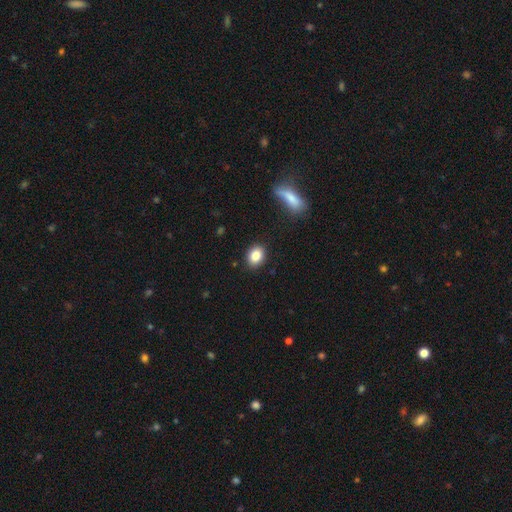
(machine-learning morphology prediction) Q: Smooth or featured?
A: smooth (84%); runner-up: star or artifact (9%)
Q: How rounded?
A: in between (55%); runner-up: round (44%)
Q: Merging?
A: none (89%); runner-up: minor disturbance (8%)